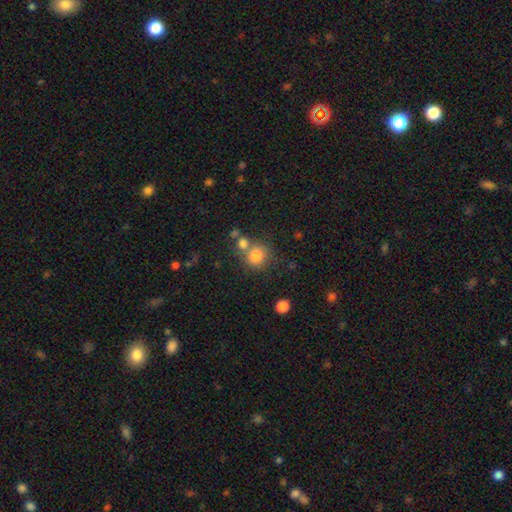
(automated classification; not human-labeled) Smooth or featured? Predicted: smooth (p=0.79). How rounded? Predicted: round (p=0.86). Merging? Predicted: none (p=0.55).